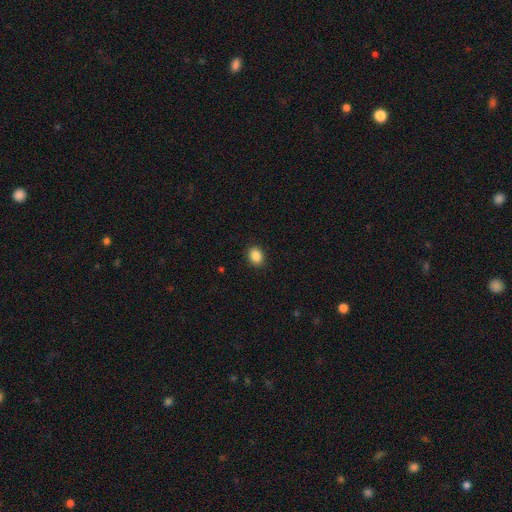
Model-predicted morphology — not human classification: Smooth or featured? Predicted: smooth (p=0.87). How rounded? Predicted: in between (p=0.53). Merging? Predicted: none (p=0.90).